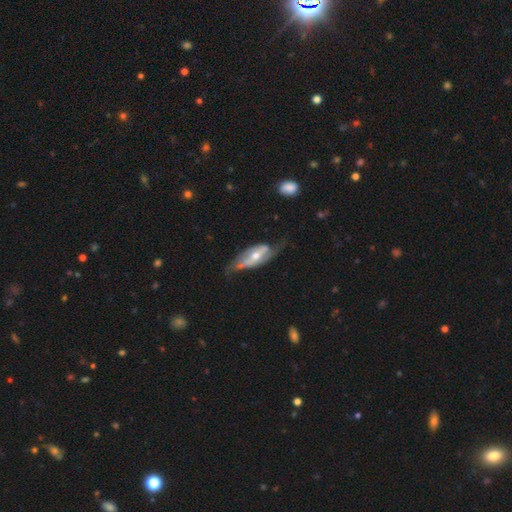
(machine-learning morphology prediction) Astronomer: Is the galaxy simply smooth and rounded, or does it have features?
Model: featured or disk — 78%.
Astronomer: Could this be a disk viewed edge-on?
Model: no — 84%.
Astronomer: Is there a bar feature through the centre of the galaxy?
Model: strong — 35% (runner-up: weak, 34%).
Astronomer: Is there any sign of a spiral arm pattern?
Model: yes — 84%.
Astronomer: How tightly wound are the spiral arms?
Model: loose — 42% (runner-up: medium, 37%).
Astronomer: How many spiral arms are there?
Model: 2 — 82%.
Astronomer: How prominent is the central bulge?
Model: moderate — 63%.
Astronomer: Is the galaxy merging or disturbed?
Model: none — 55%.